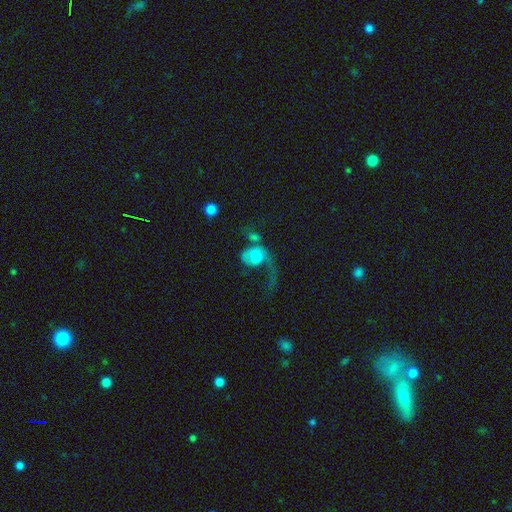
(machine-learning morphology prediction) This appears to be a smooth galaxy with no disk features (46%). Merging: major disturbance (54%).